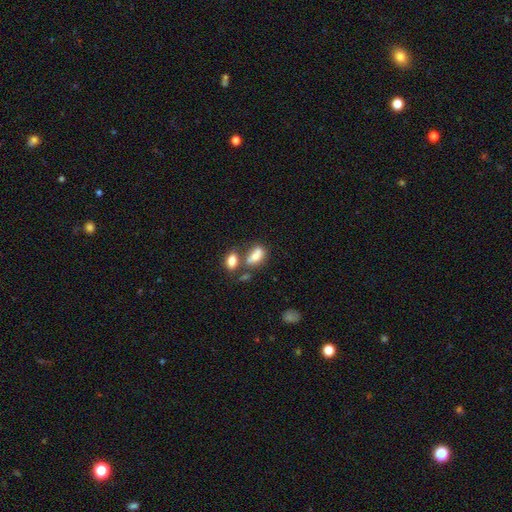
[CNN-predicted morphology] smooth_or_featured: smooth (p=0.74) [alt: featured or disk p=0.16]
how_rounded: in between (p=0.84) [alt: round p=0.11]
merging: merger (p=0.42) [alt: none p=0.36]